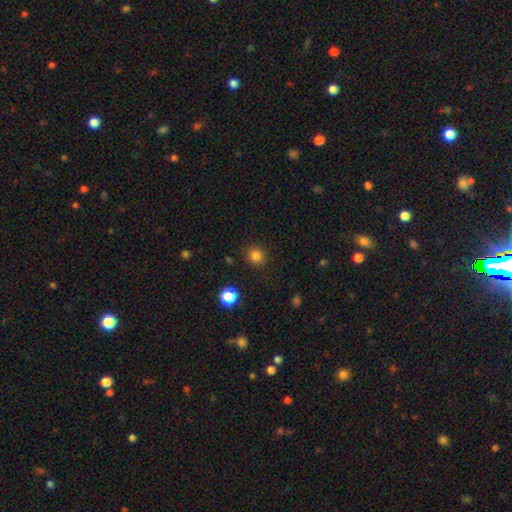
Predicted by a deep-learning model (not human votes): Q: Smooth or featured?
A: smooth (82%); runner-up: star or artifact (13%)
Q: How rounded?
A: round (91%); runner-up: in between (8%)
Q: Merging?
A: none (89%); runner-up: minor disturbance (7%)